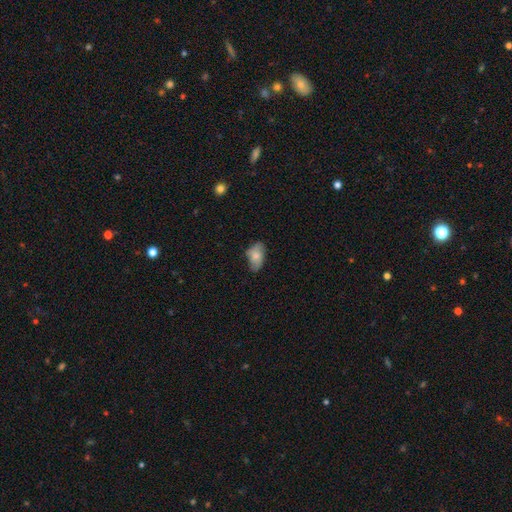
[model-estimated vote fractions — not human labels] A smooth galaxy with no disk features (69%) that is in between round and cigar-shaped (91%).

Vote fractions:
- Smooth or featured? smooth: 69% / featured or disk: 24% / star or artifact: 7%
- How rounded? in between: 91% / round: 7% / cigar-shaped: 2%
- Merging? none: 65% / minor disturbance: 28% / major disturbance: 6% / merger: 1%